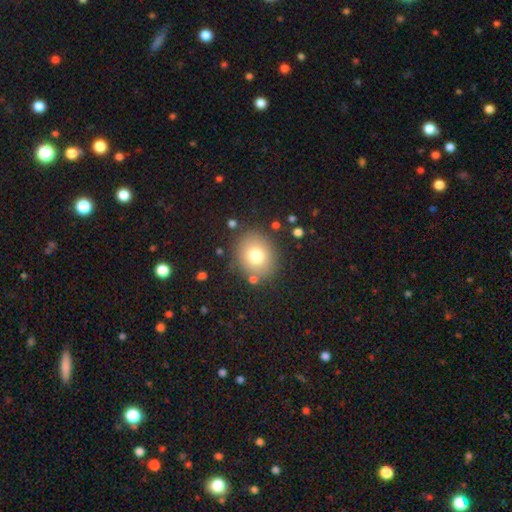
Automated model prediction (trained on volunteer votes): This is likely a smooth galaxy (75%). How rounded: likely round (70%). Merging: clearly none (83%).